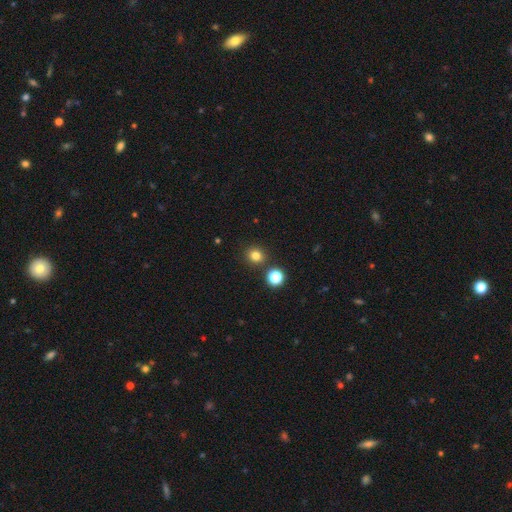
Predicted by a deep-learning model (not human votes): Smooth or featured? smooth (79%)
How rounded? round (87%)
Merging? none (86%)